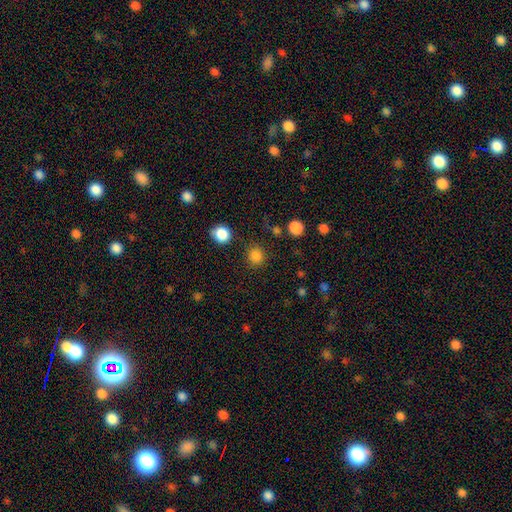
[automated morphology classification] Q: Smooth or featured?
A: smooth (83%); runner-up: star or artifact (14%)
Q: How rounded?
A: round (89%); runner-up: in between (10%)
Q: Merging?
A: none (86%); runner-up: minor disturbance (8%)